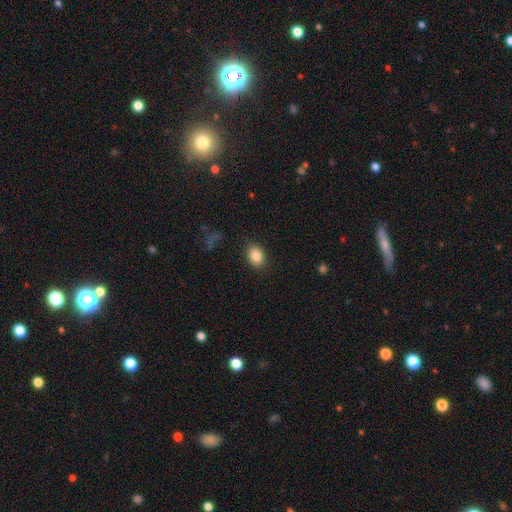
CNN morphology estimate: This is clearly a smooth galaxy (86%). How rounded: likely in between (73%). Merging: clearly none (85%).